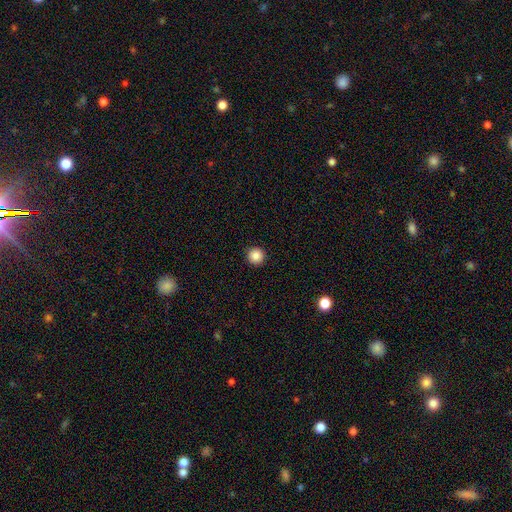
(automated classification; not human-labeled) A smooth galaxy with no disk features (87%) that is round (96%).

Vote fractions:
- Smooth or featured? smooth: 87% / star or artifact: 10% / featured or disk: 3%
- How rounded? round: 96% / in between: 3% / cigar-shaped: 1%
- Merging? none: 93% / minor disturbance: 4% / major disturbance: 2% / merger: 1%